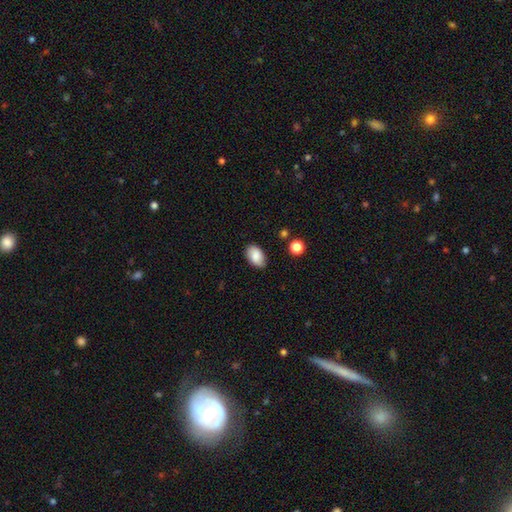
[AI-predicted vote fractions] Q: Smooth or featured?
A: smooth (85%); runner-up: featured or disk (8%)
Q: How rounded?
A: in between (92%); runner-up: round (6%)
Q: Merging?
A: none (83%); runner-up: minor disturbance (13%)